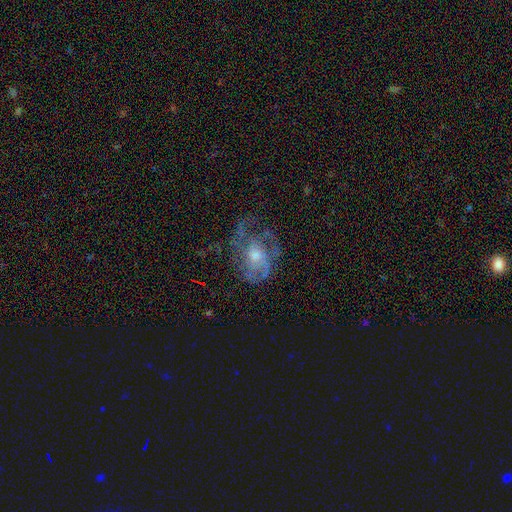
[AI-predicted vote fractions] Q: Smooth or featured?
A: featured or disk (72%); runner-up: smooth (18%)
Q: Edge-on disk?
A: no (97%); runner-up: yes (3%)
Q: Bar?
A: no (78%); runner-up: weak (19%)
Q: Spiral arms?
A: yes (77%); runner-up: no (23%)
Q: Spiral winding?
A: medium (42%); runner-up: tight (35%)
Q: Spiral arm count?
A: can't tell (41%); runner-up: 2 (20%)
Q: Bulge size?
A: moderate (54%); runner-up: small (37%)
Q: Merging?
A: none (50%); runner-up: major disturbance (27%)